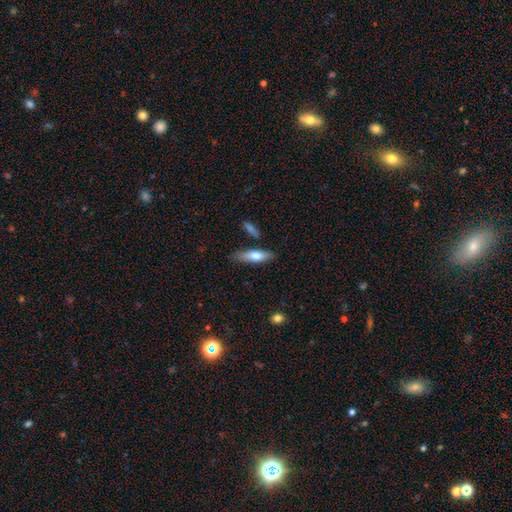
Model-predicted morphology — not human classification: Q: Smooth or featured?
A: smooth (66%); runner-up: featured or disk (28%)
Q: How rounded?
A: cigar-shaped (55%); runner-up: in between (43%)
Q: Merging?
A: none (74%); runner-up: minor disturbance (17%)